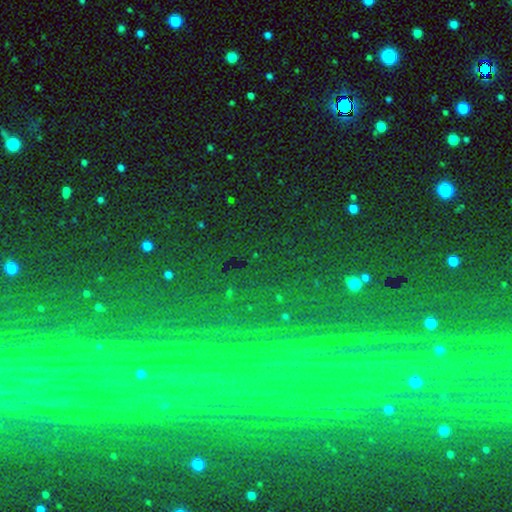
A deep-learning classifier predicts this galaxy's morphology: A star or artifact, not a galaxy (80%).